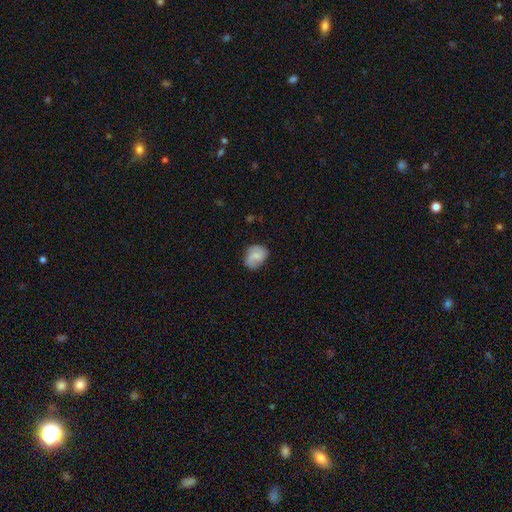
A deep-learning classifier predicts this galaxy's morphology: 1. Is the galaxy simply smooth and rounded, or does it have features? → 66% smooth, 26% featured or disk, 8% star or artifact.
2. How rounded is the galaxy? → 53% in between, 46% round, 1% cigar-shaped.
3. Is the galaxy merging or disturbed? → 63% none, 27% minor disturbance, 8% major disturbance, 2% merger.